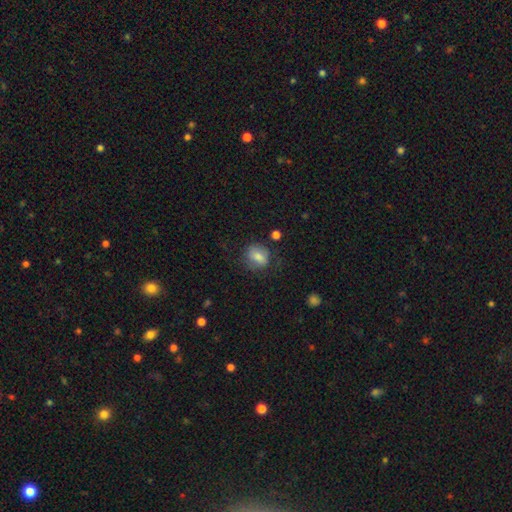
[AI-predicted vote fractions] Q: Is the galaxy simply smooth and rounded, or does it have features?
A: smooth — 74%.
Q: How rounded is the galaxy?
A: round — 52%.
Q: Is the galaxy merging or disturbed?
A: none — 66%.